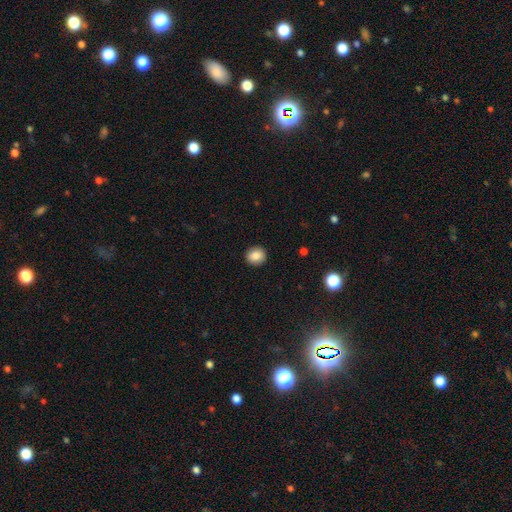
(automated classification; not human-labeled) This appears to be a smooth galaxy with no disk features (87%) that is round (84%). Merging: none (92%).